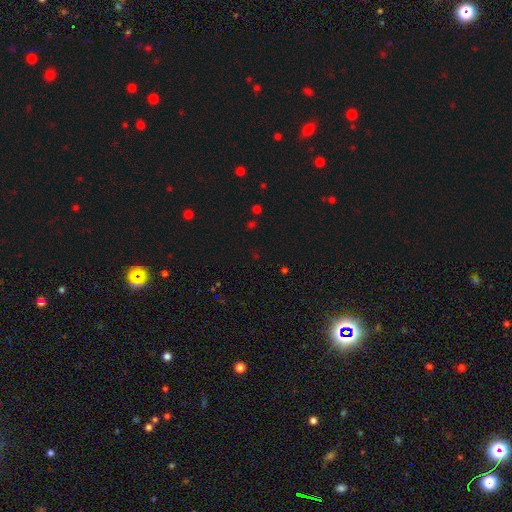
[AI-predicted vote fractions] This is likely a star or artifact rather than a galaxy (63%).